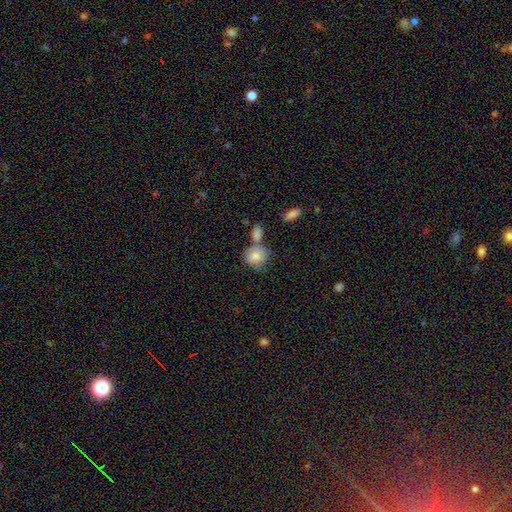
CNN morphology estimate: Smooth or featured? Predicted: smooth (p=0.81). How rounded? Predicted: round (p=0.72). Merging? Predicted: none (p=0.47).